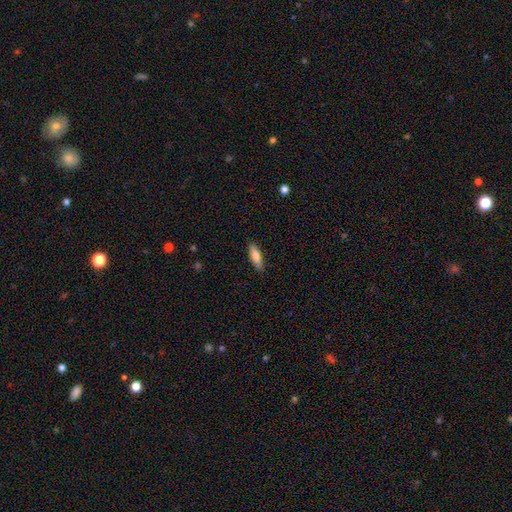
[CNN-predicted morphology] Smooth or featured: smooth — 77% (featured or disk — 16%)
How rounded: in between — 50% (cigar-shaped — 48%)
Merging: none — 87% (minor disturbance — 10%)